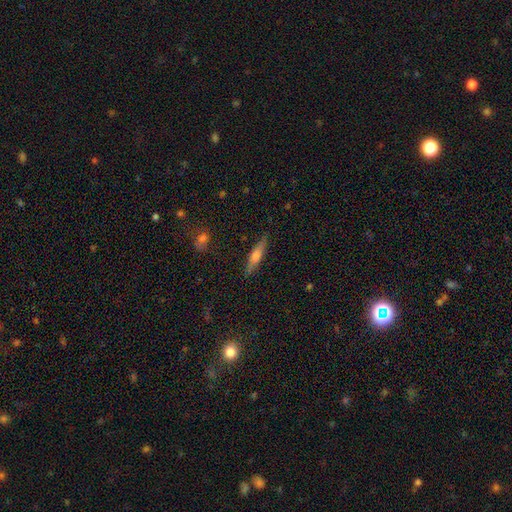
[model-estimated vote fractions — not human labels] Smooth or featured: featured or disk — 51% (smooth — 42%)
Edge-on disk: yes — 95% (no — 5%)
Merging: none — 88% (minor disturbance — 9%)